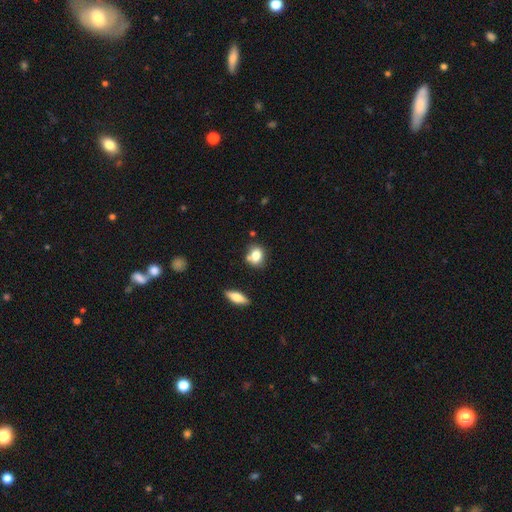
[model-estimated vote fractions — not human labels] Morphology: type=smooth (78%); roundness=round (54%); merging=none (63%).